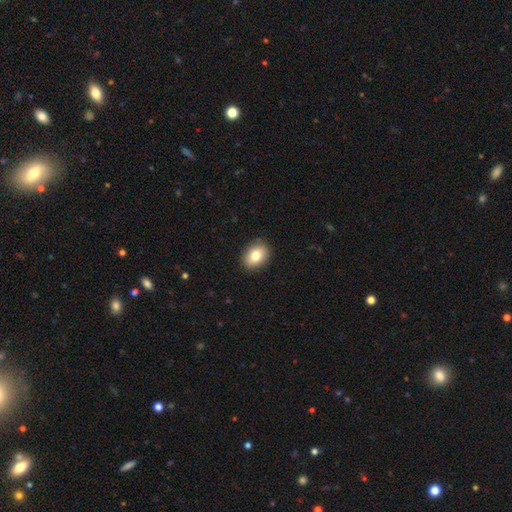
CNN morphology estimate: smooth-or-featured: smooth: 81% | featured or disk: 11% | star or artifact: 8%
  how-rounded: in between: 69% | round: 30% | cigar-shaped: 1%
  merging: none: 89% | minor disturbance: 8% | major disturbance: 2% | merger: 1%